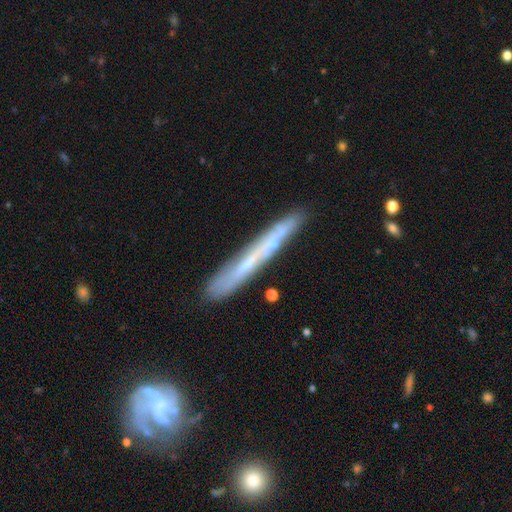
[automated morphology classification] Smooth or featured? featured or disk (60%)
Edge-on disk? yes (83%)
Merging? none (81%)